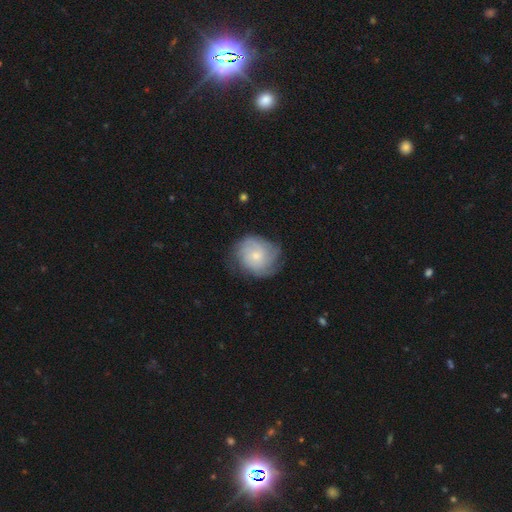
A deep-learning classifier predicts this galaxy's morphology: smooth-or-featured: featured or disk: 58% | smooth: 34% | star or artifact: 7%
  disk-edge-on: no: 98% | yes: 2%
    bar: no: 77% | weak: 20% | strong: 2%
    has-spiral-arms: yes: 88% | no: 12%
      spiral-winding: tight: 60% | medium: 30% | loose: 10%
      spiral-arm-count: can't tell: 45% | 3: 18% | 2: 15% | 4: 12% | more than 4: 6% | 1: 6%
    bulge-size: small: 59% | moderate: 35% | none: 3% | large: 2% | dominant: 1%
  merging: none: 70% | minor disturbance: 21% | major disturbance: 8% | merger: 1%